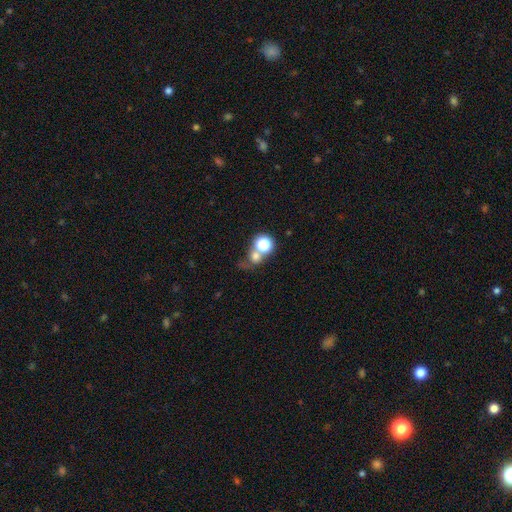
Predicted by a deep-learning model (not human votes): smooth 65%, star or artifact 22%, featured or disk 13%. Down the decision tree: how rounded — round (81%); merging — merger (42%).